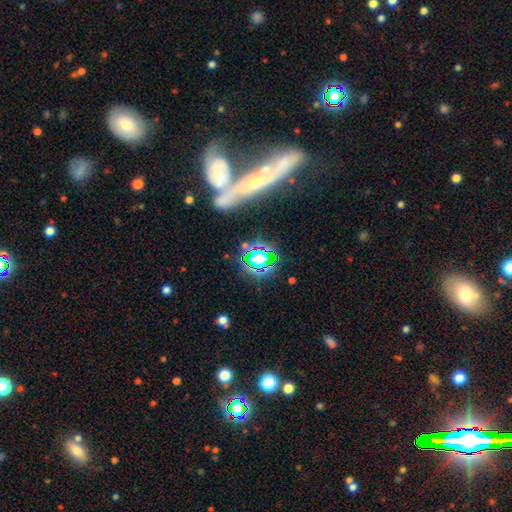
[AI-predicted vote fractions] The model was most divided on "smooth or featured": featured or disk: 43%, star or artifact: 29%, smooth: 28%. More confident: merging — none (52%).